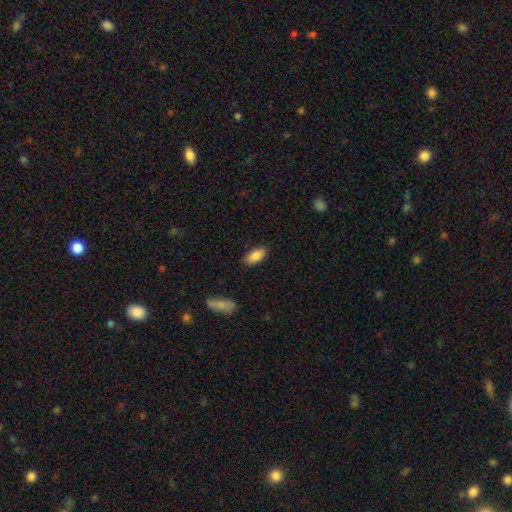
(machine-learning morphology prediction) A smooth galaxy with no disk features (87%) that is in between round and cigar-shaped (89%). Merging: none (85%).